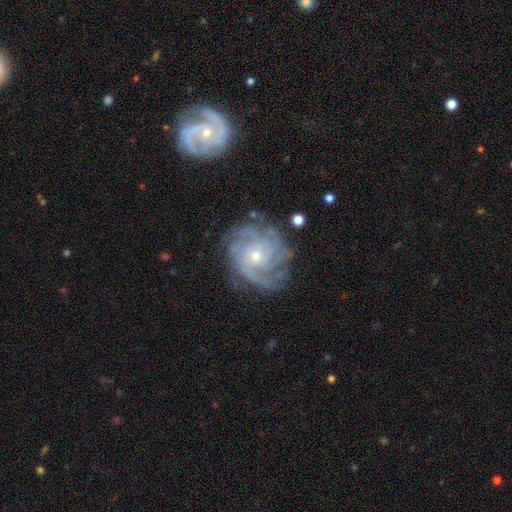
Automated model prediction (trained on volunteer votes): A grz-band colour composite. It shows a featured or disk galaxy (87%) with no bar (75%), 4 (27%) tight (62%) spiral arms (97%) and a small central bulge (69%). Merging: none (73%).